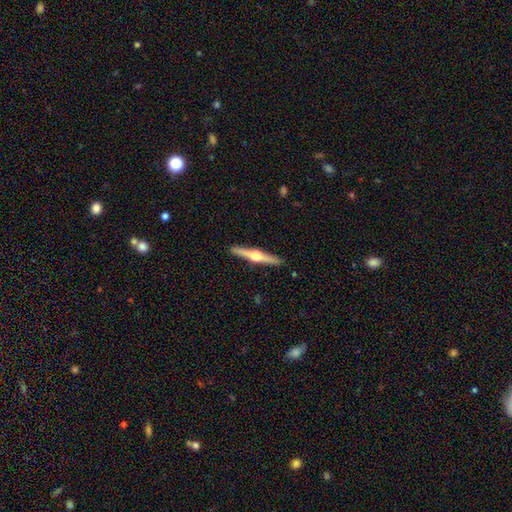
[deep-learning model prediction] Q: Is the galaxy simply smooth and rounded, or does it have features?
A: featured or disk — 76%.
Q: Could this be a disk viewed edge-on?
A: yes — 98%.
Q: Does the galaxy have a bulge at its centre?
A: rounded — 96%.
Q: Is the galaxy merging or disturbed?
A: none — 91%.